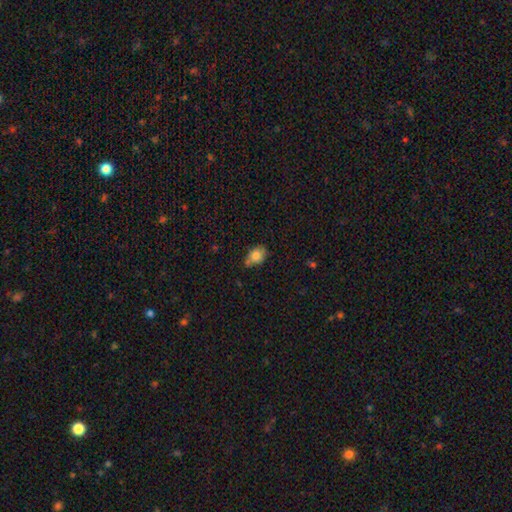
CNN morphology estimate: A smooth galaxy with no disk features (82%) that is in between round and cigar-shaped (63%). Merging: none (57%).